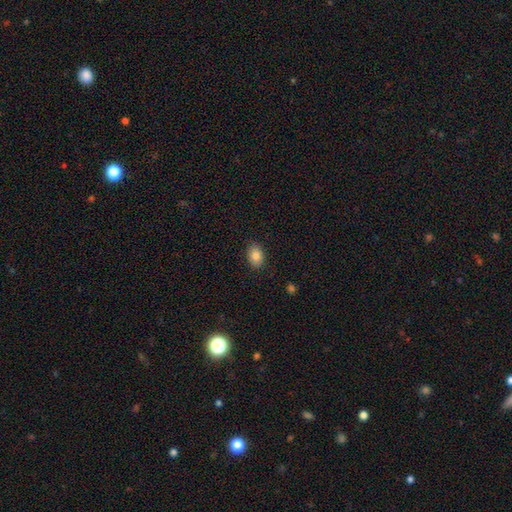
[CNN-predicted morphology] Smooth or featured: smooth — 85% (star or artifact — 8%)
How rounded: in between — 80% (round — 19%)
Merging: none — 87% (minor disturbance — 10%)